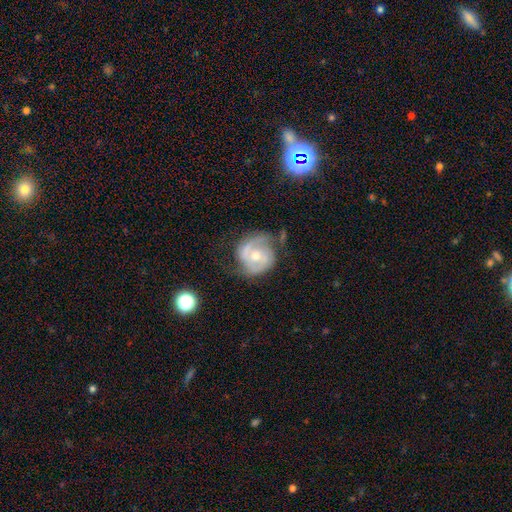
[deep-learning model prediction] Smooth or featured? Predicted: featured or disk (p=0.83). Edge-on disk? Predicted: no (p=0.98). Bar? Predicted: no (p=0.59). Spiral arms? Predicted: yes (p=0.93). Spiral winding? Predicted: medium (p=0.44). Spiral arm count? Predicted: 2 (p=0.77). Bulge size? Predicted: moderate (p=0.58). Merging? Predicted: none (p=0.59).